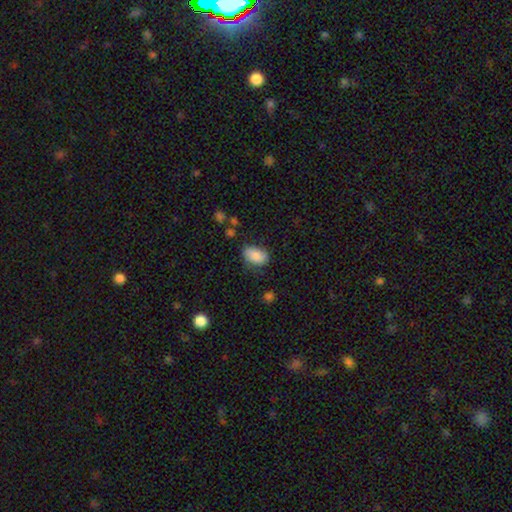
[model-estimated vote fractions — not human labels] Morphology: type=smooth (84%); roundness=in between (87%); merging=none (68%).